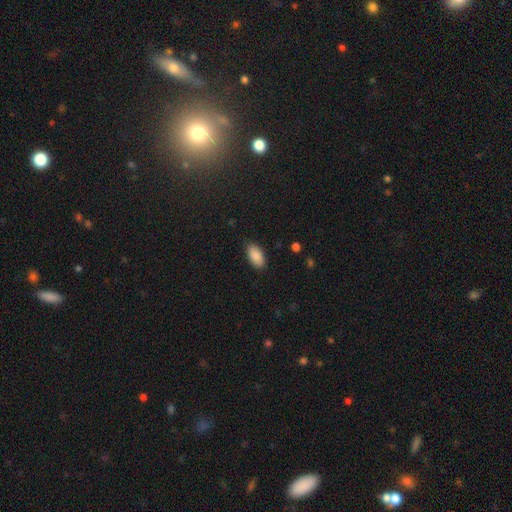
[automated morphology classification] smooth 89%, star or artifact 7%, featured or disk 4%. Down the decision tree: how rounded — in between (94%); merging — none (87%).